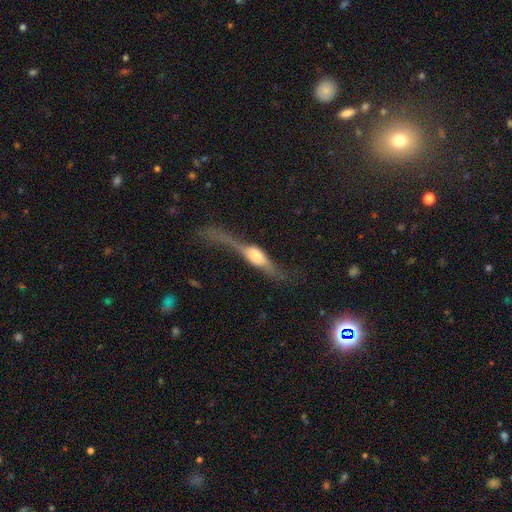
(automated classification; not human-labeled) A featured or disk galaxy (63%) viewed edge-on (82%) with a rounded central bulge (72%). Merging: major disturbance (39%).